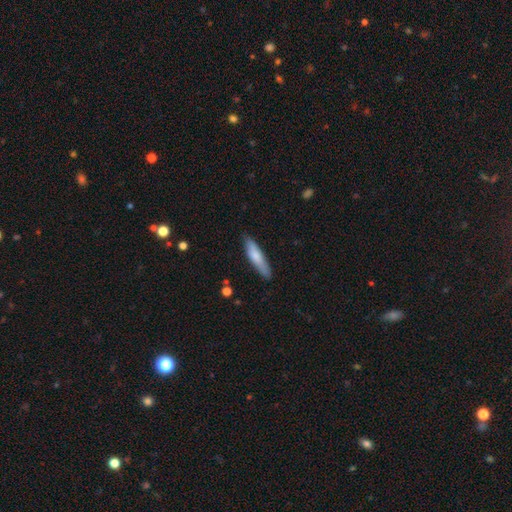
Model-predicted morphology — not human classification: smooth-or-featured: smooth: 75% | featured or disk: 20% | star or artifact: 5%
  how-rounded: cigar-shaped: 77% | in between: 22% | round: 1%
  merging: none: 81% | minor disturbance: 15% | major disturbance: 3% | merger: 1%